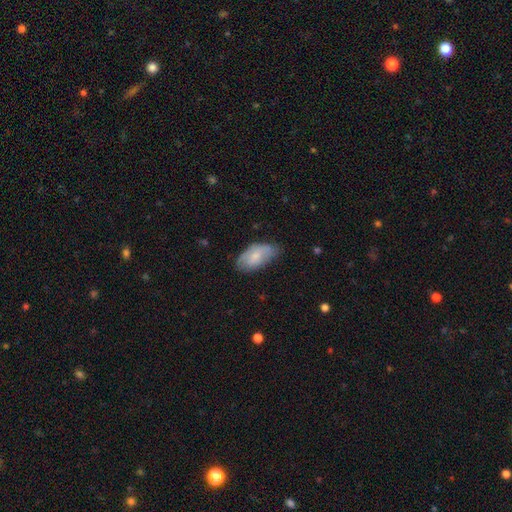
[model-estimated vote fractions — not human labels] Smooth or featured: smooth — 65% (featured or disk — 29%)
How rounded: in between — 93% (cigar-shaped — 4%)
Merging: none — 60% (minor disturbance — 31%)